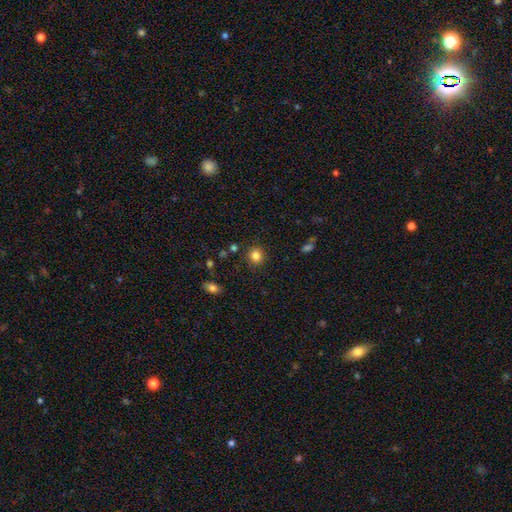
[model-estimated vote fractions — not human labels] Overall: smooth (84%). How rounded: round (88%). Merging: none (88%).